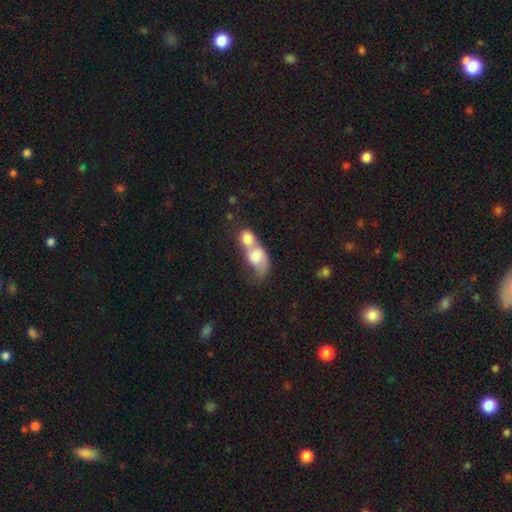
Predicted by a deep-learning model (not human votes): The model was most divided on "how rounded": in between: 67%, round: 29%, cigar-shaped: 4%. More confident: merging — merger (80%); smooth or featured — smooth (70%).